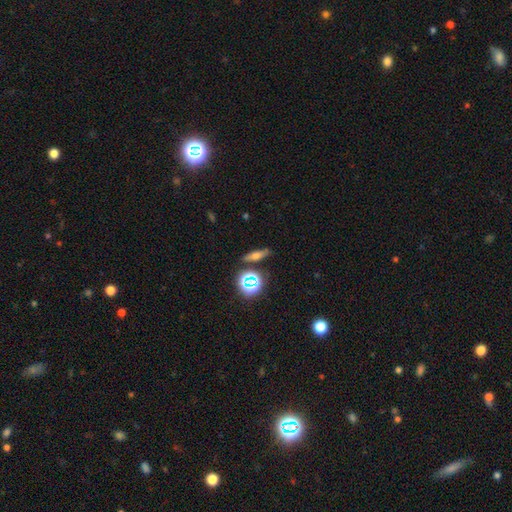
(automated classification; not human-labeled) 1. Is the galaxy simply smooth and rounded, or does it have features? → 54% smooth, 25% featured or disk, 22% star or artifact.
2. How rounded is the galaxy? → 56% cigar-shaped, 29% in between, 15% round.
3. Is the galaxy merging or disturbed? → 80% none, 12% minor disturbance, 5% merger, 3% major disturbance.